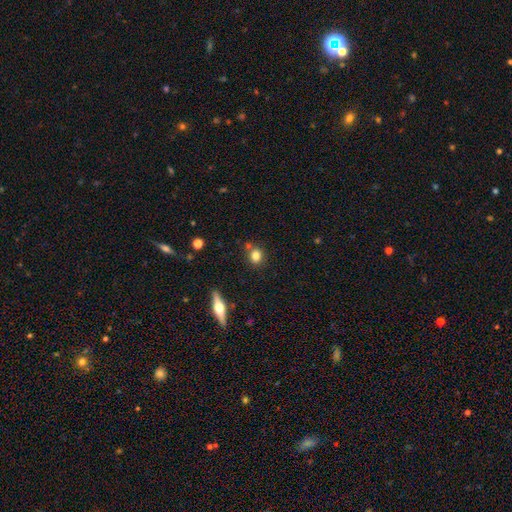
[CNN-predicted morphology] Smooth or featured? Predicted: smooth (p=0.79). How rounded? Predicted: round (p=0.70). Merging? Predicted: none (p=0.74).